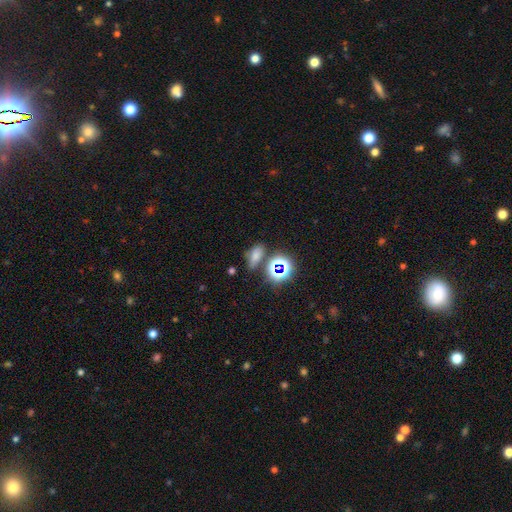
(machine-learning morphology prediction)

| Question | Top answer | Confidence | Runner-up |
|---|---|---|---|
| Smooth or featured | smooth | 57% | star or artifact (31%) |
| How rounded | in between | 77% | round (15%) |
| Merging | none | 61% | minor disturbance (18%) |